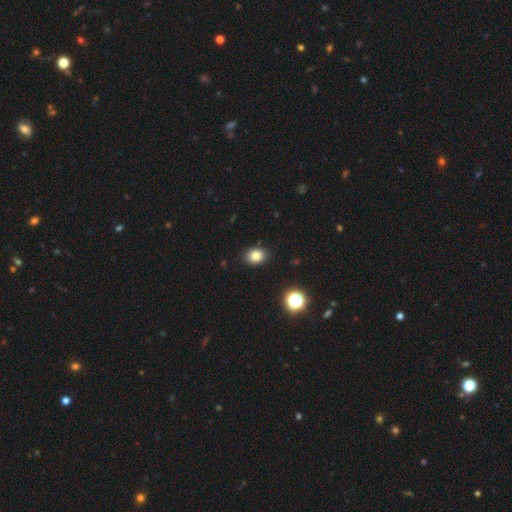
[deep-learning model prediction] Smooth or featured? smooth (82%)
How rounded? in between (62%)
Merging? none (87%)